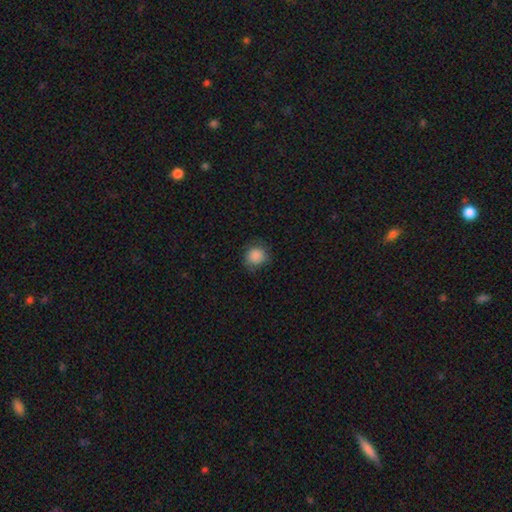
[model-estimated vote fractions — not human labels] Smooth or featured?
  - smooth: 88% *
  - star or artifact: 8%
  - featured or disk: 4%
How rounded?
  - round: 82% *
  - in between: 17%
  - cigar-shaped: 1%
Merging?
  - none: 79% *
  - minor disturbance: 16%
  - major disturbance: 5%
  - merger: 1%